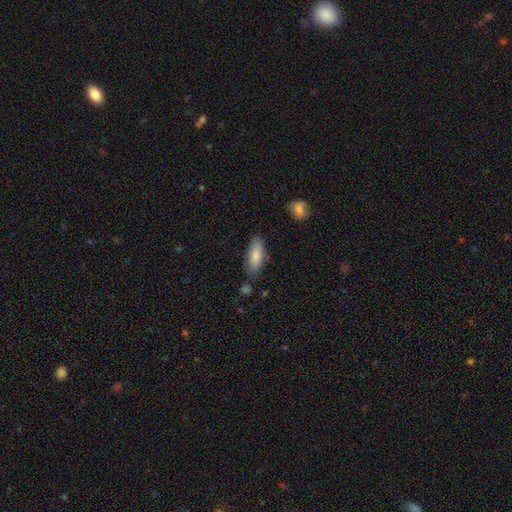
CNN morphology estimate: This appears to be a smooth galaxy with no disk features (84%) that is in between round and cigar-shaped (70%). Merging: none (79%).